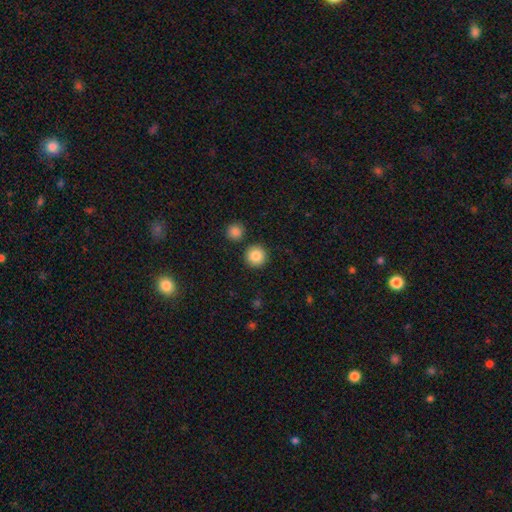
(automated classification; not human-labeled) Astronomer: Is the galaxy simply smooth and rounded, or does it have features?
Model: smooth — 87%.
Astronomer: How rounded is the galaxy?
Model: round — 95%.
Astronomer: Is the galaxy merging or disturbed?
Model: none — 89%.